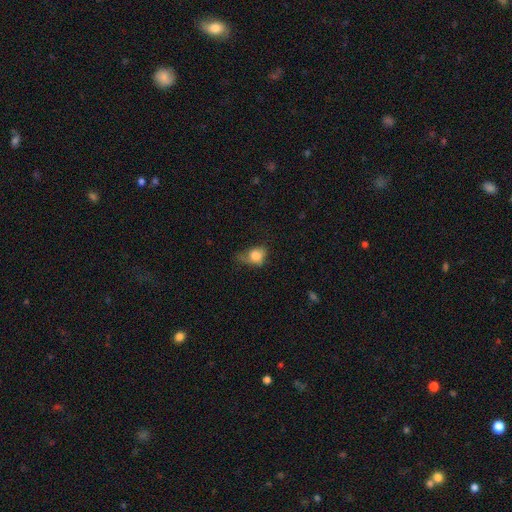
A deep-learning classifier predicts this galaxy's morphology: Smooth or featured? Predicted: smooth (p=0.77). How rounded? Predicted: in between (p=0.55). Merging? Predicted: minor disturbance (p=0.37).